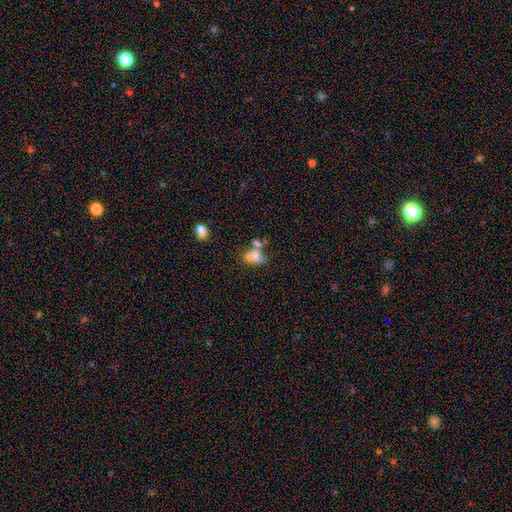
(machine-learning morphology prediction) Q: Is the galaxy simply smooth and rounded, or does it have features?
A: smooth — 62%.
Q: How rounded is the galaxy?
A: in between — 74%.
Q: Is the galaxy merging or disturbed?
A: merger — 49%.